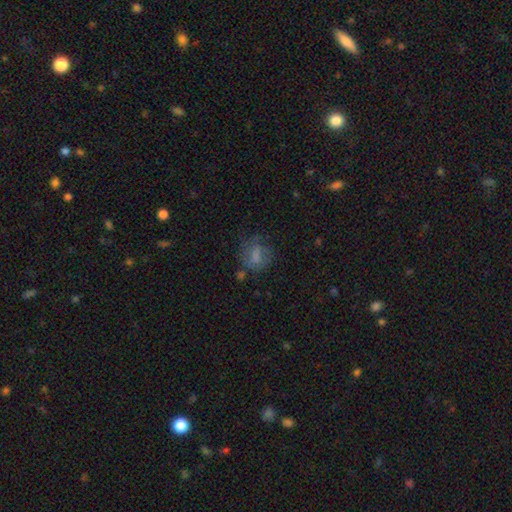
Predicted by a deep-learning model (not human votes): Overall: smooth (63%; featured or disk 26%). How rounded: round (55%; in between 43%). Merging: none (50%; minor disturbance 25%).